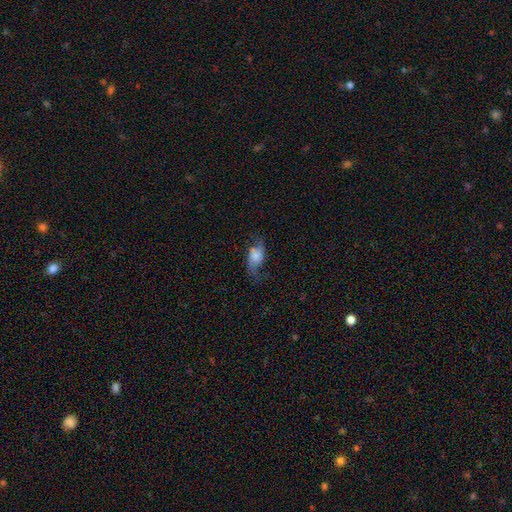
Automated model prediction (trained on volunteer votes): smooth 46%, featured or disk 44%, star or artifact 10%. Down the decision tree: merging — none (55%).